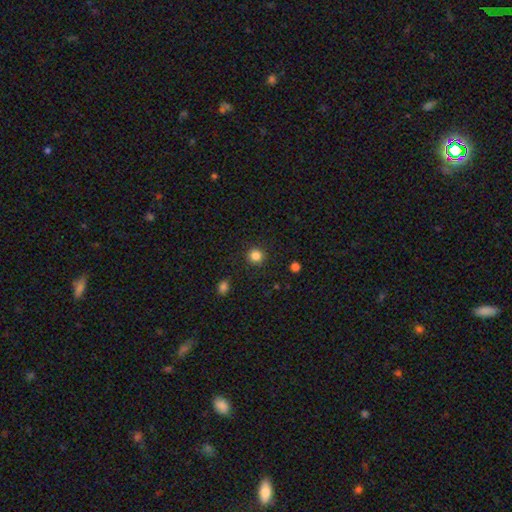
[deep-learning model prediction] A smooth galaxy with no disk features (84%) that is round (93%). Merging: none (91%).